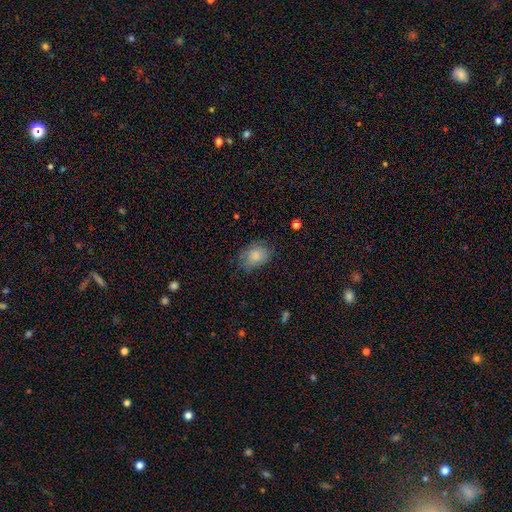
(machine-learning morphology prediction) smooth 78%, featured or disk 14%, star or artifact 8%. Down the decision tree: how rounded — in between (73%); merging — none (62%).